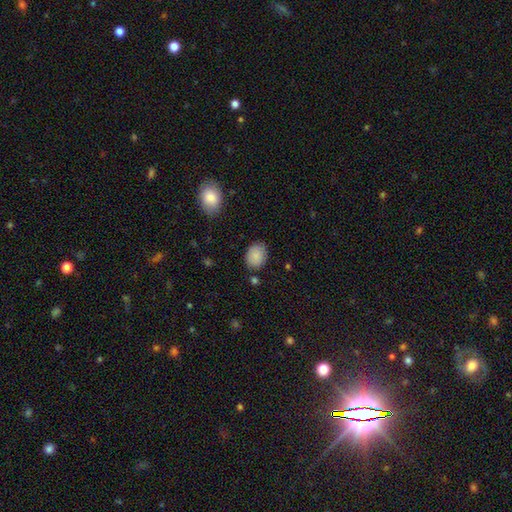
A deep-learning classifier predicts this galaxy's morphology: smooth-or-featured: smooth: 87% | star or artifact: 8% | featured or disk: 5%
  how-rounded: in between: 64% | round: 35% | cigar-shaped: 1%
  merging: none: 81% | minor disturbance: 13% | major disturbance: 3% | merger: 3%